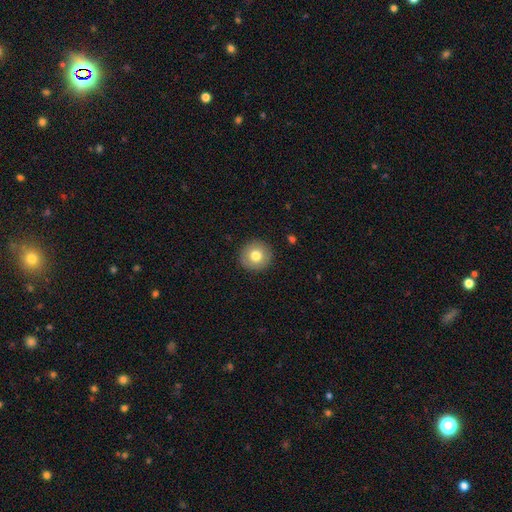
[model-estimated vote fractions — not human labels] This appears to be a smooth galaxy with no disk features (76%) that is round (95%). Merging: none (92%).